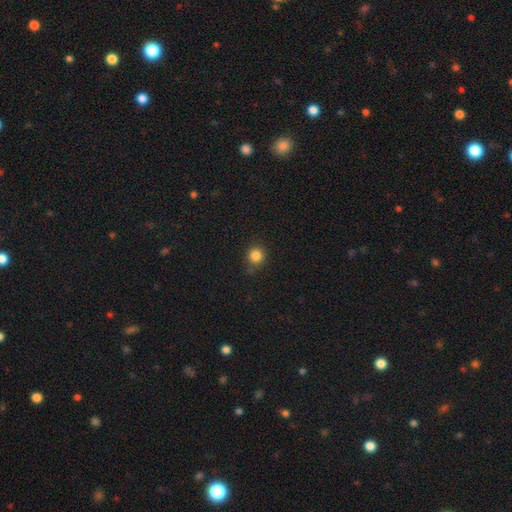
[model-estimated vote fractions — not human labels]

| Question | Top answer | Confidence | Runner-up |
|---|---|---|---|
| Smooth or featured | smooth | 84% | star or artifact (12%) |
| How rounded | round | 92% | in between (7%) |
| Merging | none | 81% | minor disturbance (12%) |